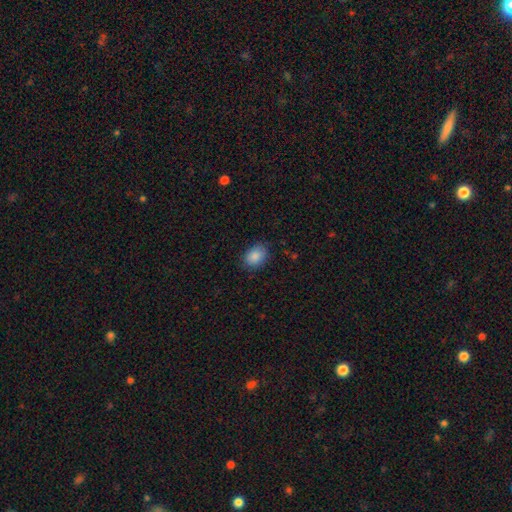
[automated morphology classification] smooth 87%, star or artifact 8%, featured or disk 5%. Down the decision tree: how rounded — in between (70%); merging — none (81%).